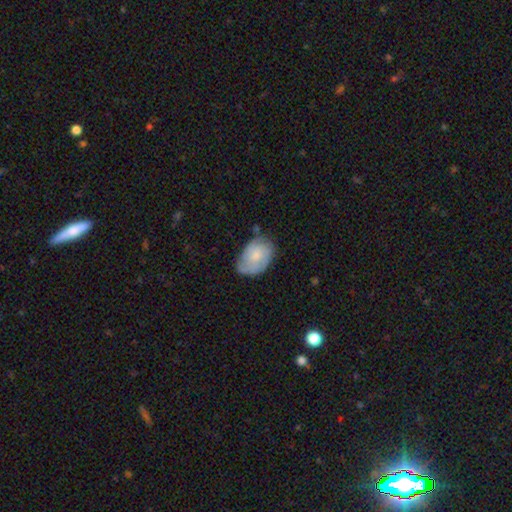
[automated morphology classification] Smooth or featured?
  - smooth: 56% *
  - featured or disk: 38%
  - star or artifact: 6%
How rounded?
  - in between: 85% *
  - round: 14%
  - cigar-shaped: 1%
Merging?
  - none: 57% *
  - minor disturbance: 32%
  - major disturbance: 8%
  - merger: 3%